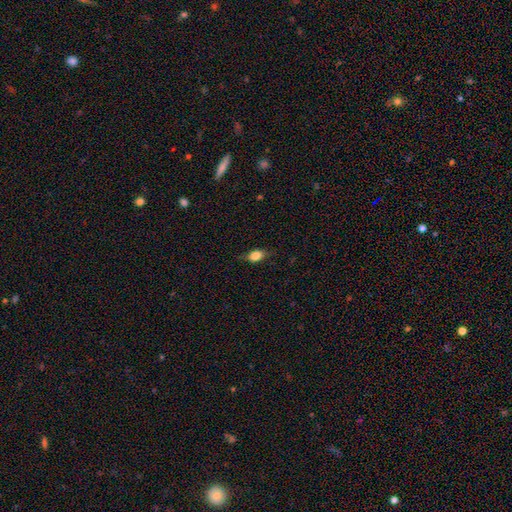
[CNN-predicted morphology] This is likely a smooth galaxy (76%). How rounded: likely in between (76%). Merging: likely none (72%).